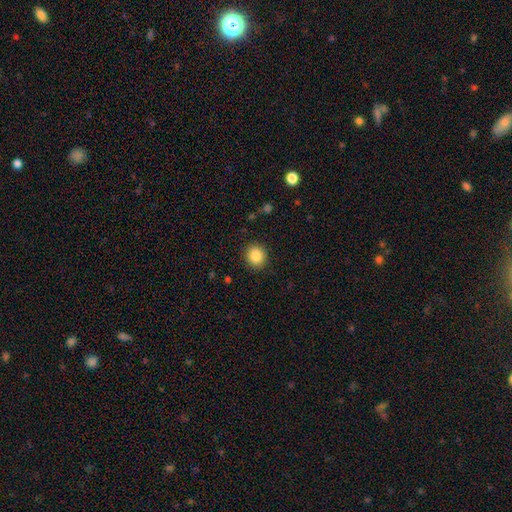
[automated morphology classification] Smooth or featured: smooth — 87% (star or artifact — 9%)
How rounded: round — 79% (in between — 20%)
Merging: none — 90% (minor disturbance — 7%)